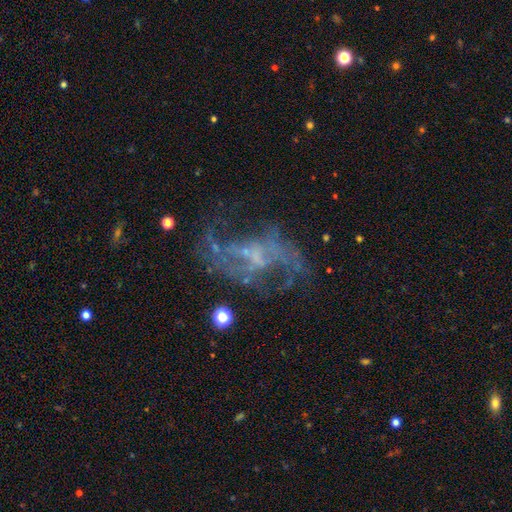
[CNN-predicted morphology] type=featured or disk (77%); edge-on=no (96%); bar=no (44%); spiral arms=yes (78%); winding=loose (63%); arm count=2 (63%); bulge=none (47%); merging=none (49%).